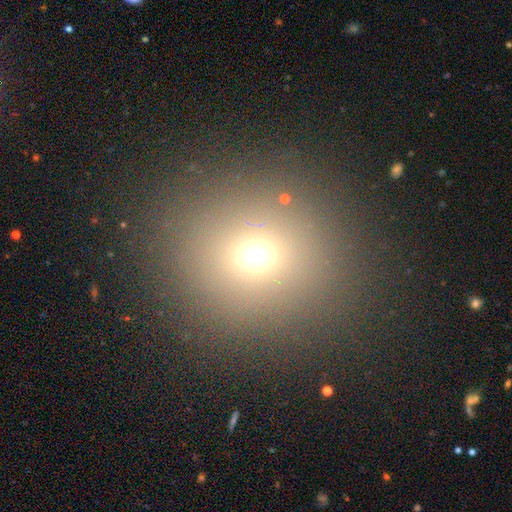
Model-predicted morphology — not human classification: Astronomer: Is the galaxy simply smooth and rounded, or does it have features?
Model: smooth — 67%.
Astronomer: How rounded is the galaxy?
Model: round — 87%.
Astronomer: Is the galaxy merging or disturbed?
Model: none — 88%.